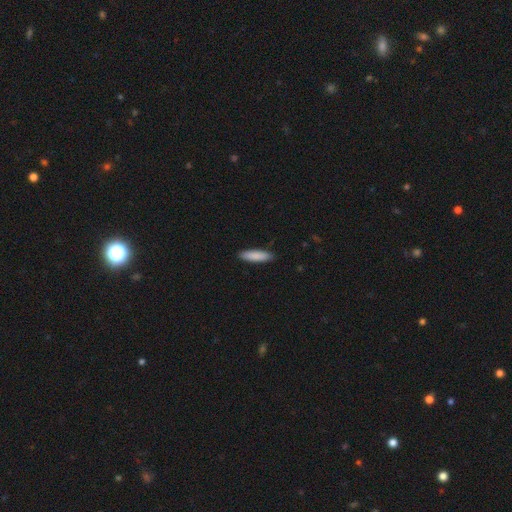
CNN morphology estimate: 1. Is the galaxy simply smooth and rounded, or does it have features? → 87% smooth, 7% featured or disk, 5% star or artifact.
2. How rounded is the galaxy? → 71% cigar-shaped, 28% in between, 1% round.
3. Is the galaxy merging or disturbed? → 90% none, 8% minor disturbance, 1% major disturbance, 1% merger.